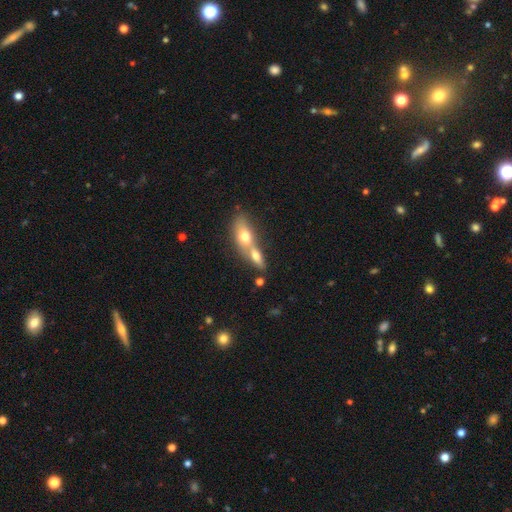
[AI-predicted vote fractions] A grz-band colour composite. It shows a smooth galaxy with no disk features (64%) that is in between round and cigar-shaped (67%). Merging: merger (64%).